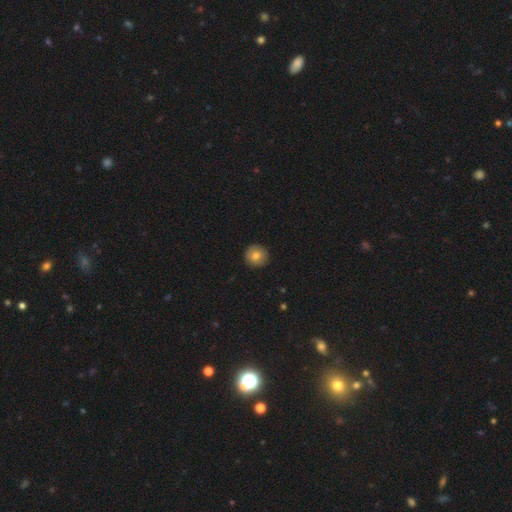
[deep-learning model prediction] smooth-or-featured: smooth: 79% | featured or disk: 12% | star or artifact: 9%
  how-rounded: round: 95% | in between: 4% | cigar-shaped: 1%
  merging: none: 92% | minor disturbance: 6% | major disturbance: 2% | merger: 1%